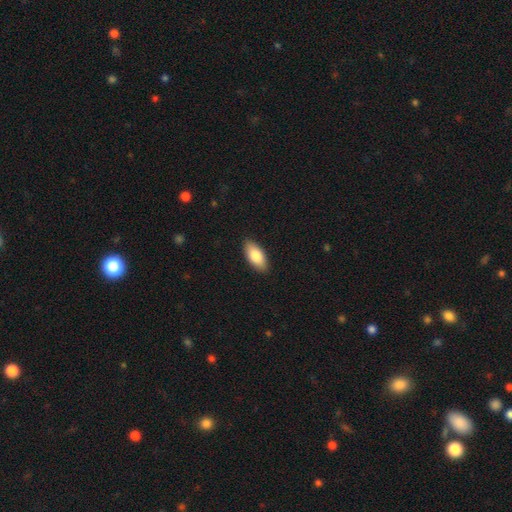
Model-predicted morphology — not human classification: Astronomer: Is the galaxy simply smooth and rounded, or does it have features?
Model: smooth — 83%.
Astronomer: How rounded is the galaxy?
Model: in between — 89%.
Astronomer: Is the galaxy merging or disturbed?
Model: none — 89%.